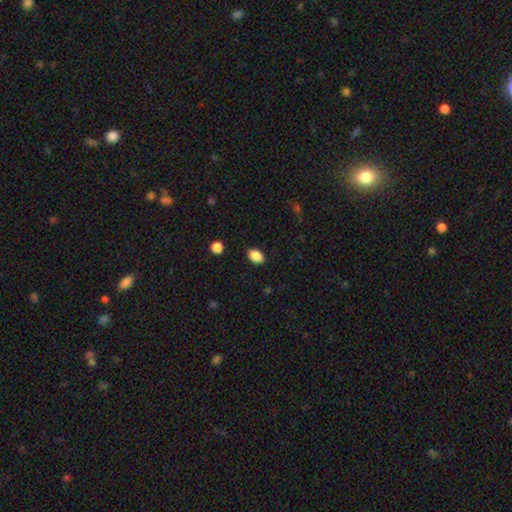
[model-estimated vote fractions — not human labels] Morphology: type=smooth (88%); roundness=in between (83%); merging=none (88%).